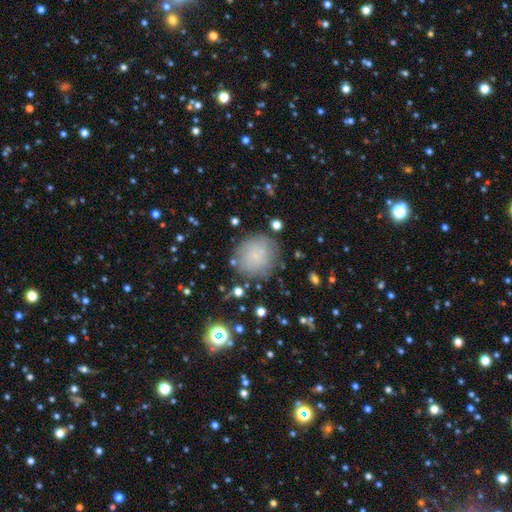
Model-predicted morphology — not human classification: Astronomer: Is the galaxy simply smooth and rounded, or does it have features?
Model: smooth — 69%.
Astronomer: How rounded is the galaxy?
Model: round — 90%.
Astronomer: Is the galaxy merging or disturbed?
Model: none — 78%.